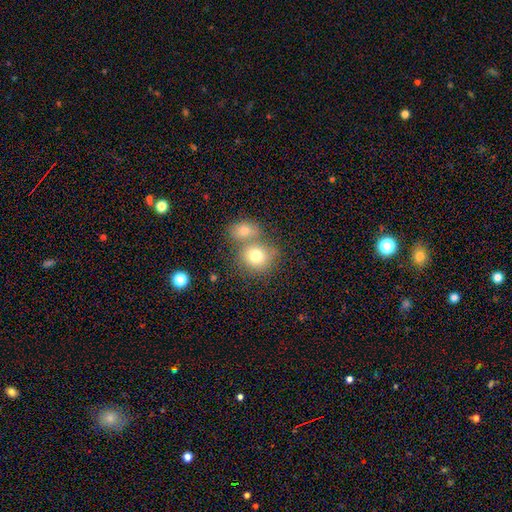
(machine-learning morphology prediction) This appears to be a smooth galaxy with no disk features (77%) that is round (72%). Merging: merger (49%).